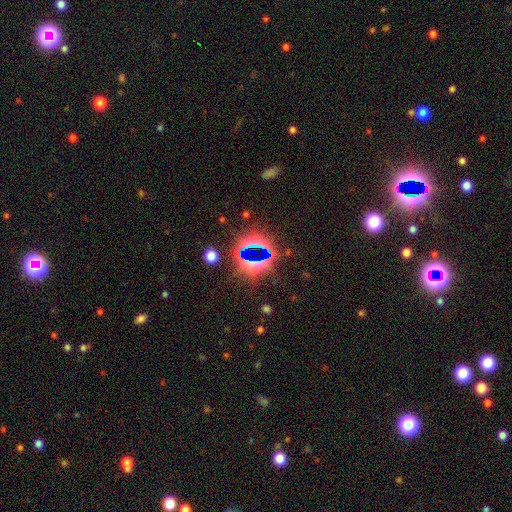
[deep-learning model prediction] Overall: star or artifact (70%).